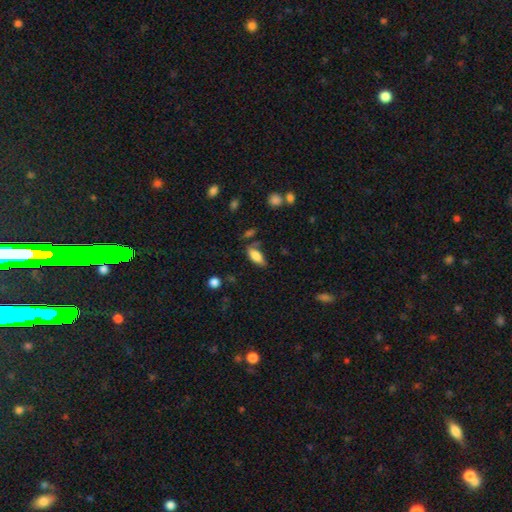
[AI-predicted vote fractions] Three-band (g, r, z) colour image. It shows a smooth galaxy with no disk features (78%) that is in between round and cigar-shaped (83%). Merging: none (69%).